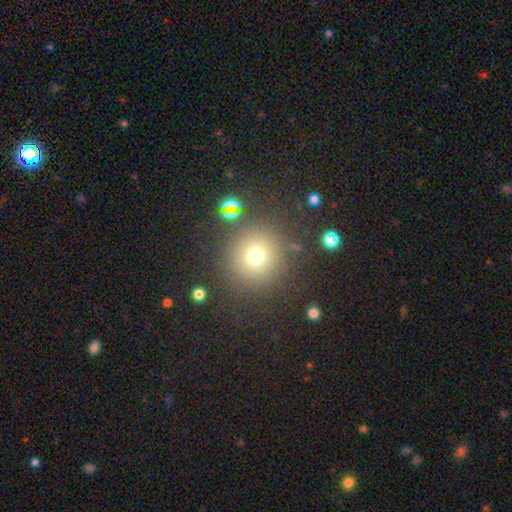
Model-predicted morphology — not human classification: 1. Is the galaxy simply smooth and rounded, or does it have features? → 70% smooth, 20% star or artifact, 10% featured or disk.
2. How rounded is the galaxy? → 93% round, 6% in between, 1% cigar-shaped.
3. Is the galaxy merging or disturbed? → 83% none, 8% minor disturbance, 5% major disturbance, 4% merger.